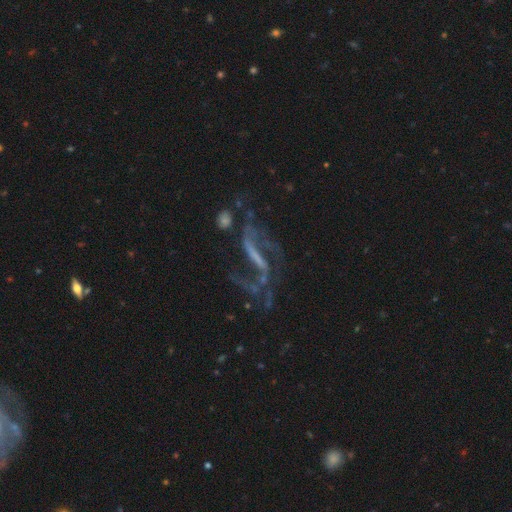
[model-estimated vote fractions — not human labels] This appears to be a featured or disk galaxy (78%) with a strong bar (61%), 2 (75%) loose (68%) spiral arms (80%) and no central bulge (60%). Merging: none (41%).